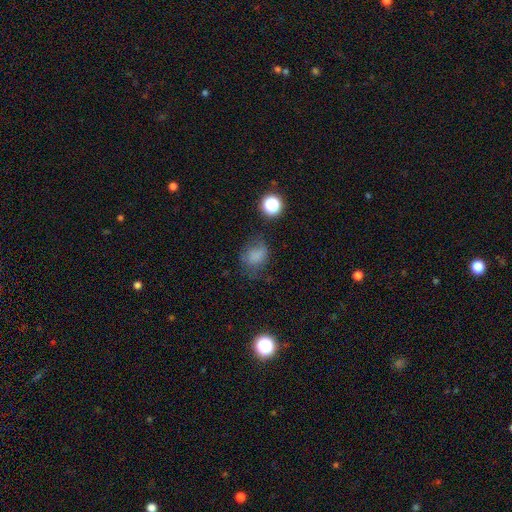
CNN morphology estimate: Smooth or featured? Predicted: smooth (p=0.72). How rounded? Predicted: in between (p=0.50). Merging? Predicted: none (p=0.51).